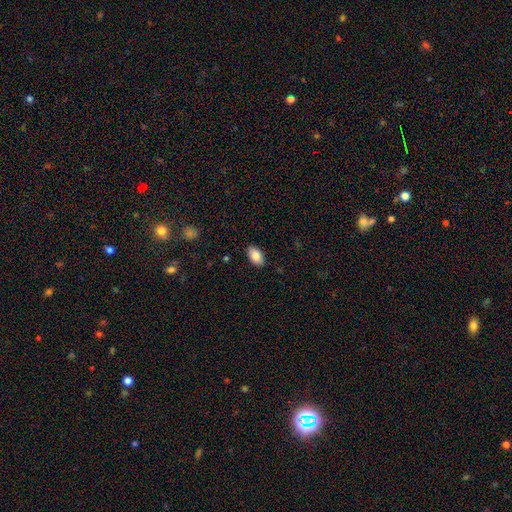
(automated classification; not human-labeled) This appears to be a smooth galaxy with no disk features (86%) that is in between round and cigar-shaped (93%). Merging: none (88%).